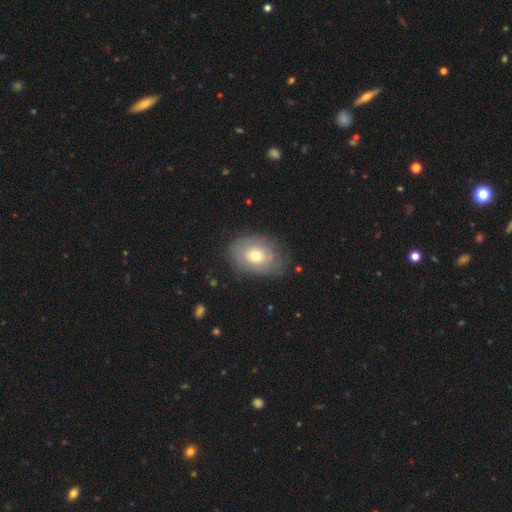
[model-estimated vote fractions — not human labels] Overall: smooth (48%; featured or disk 45%). Merging: none (73%).